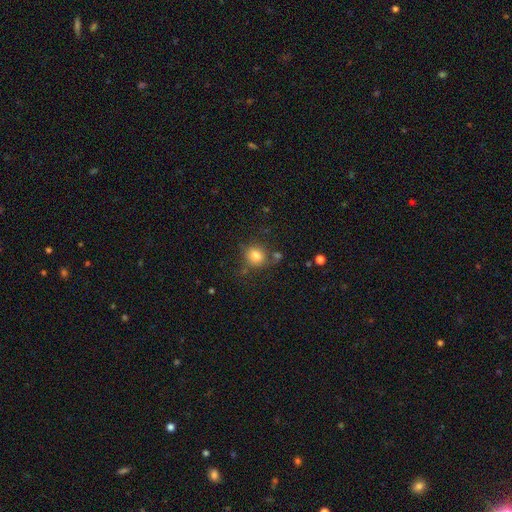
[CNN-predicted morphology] A smooth galaxy with no disk features (80%) that is round (75%). Merging: none (68%).